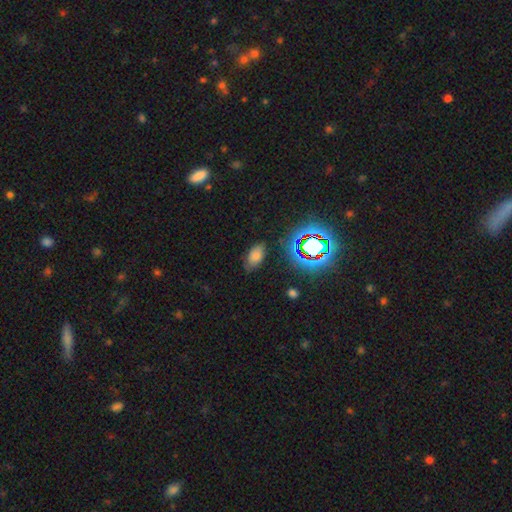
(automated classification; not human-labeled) smooth_or_featured: smooth (p=0.65) [alt: star or artifact p=0.24]
how_rounded: in between (p=0.92) [alt: round p=0.06]
merging: none (p=0.78) [alt: minor disturbance p=0.16]